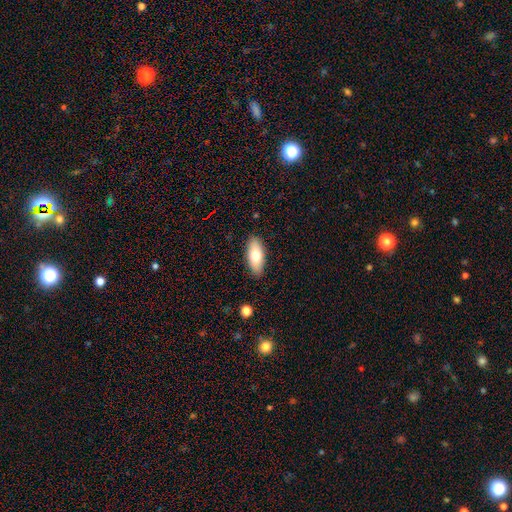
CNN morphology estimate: Smooth or featured? Predicted: smooth (p=0.73). How rounded? Predicted: in between (p=0.84). Merging? Predicted: none (p=0.88).